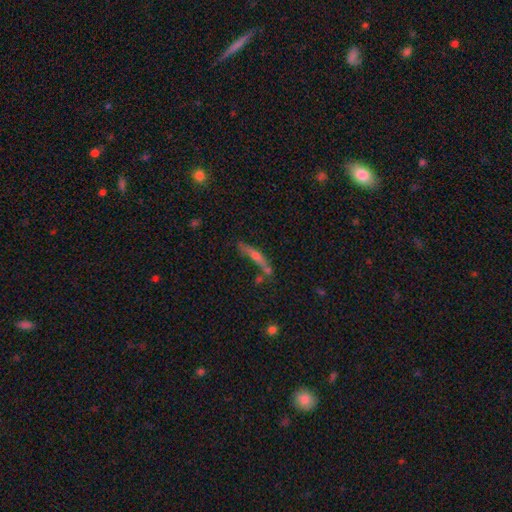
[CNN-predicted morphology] smooth_or_featured: featured or disk (p=0.46) [alt: smooth p=0.43]
merging: none (p=0.62) [alt: minor disturbance p=0.17]